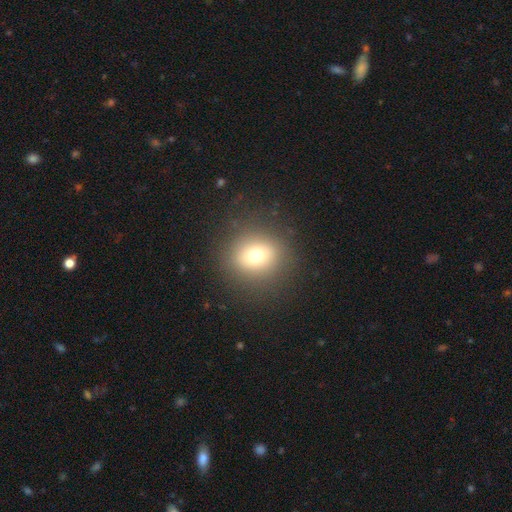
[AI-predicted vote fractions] Smooth or featured? smooth (70%)
How rounded? round (83%)
Merging? none (87%)